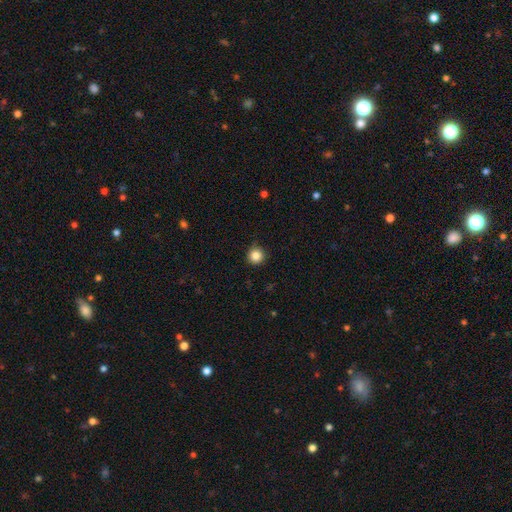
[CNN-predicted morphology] This appears to be a smooth galaxy with no disk features (85%) that is round (96%). Merging: none (90%).